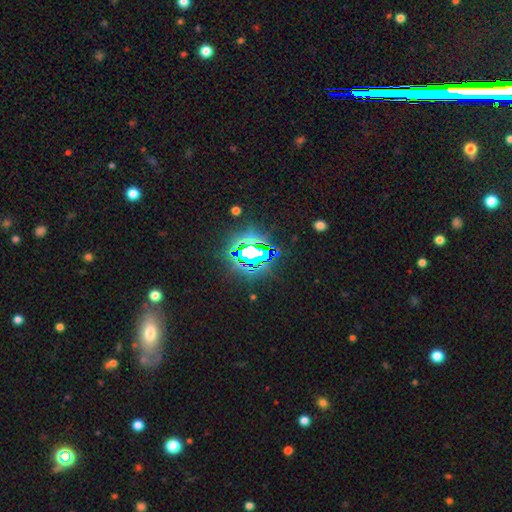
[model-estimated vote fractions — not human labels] Smooth or featured: star or artifact — 77% (smooth — 12%)